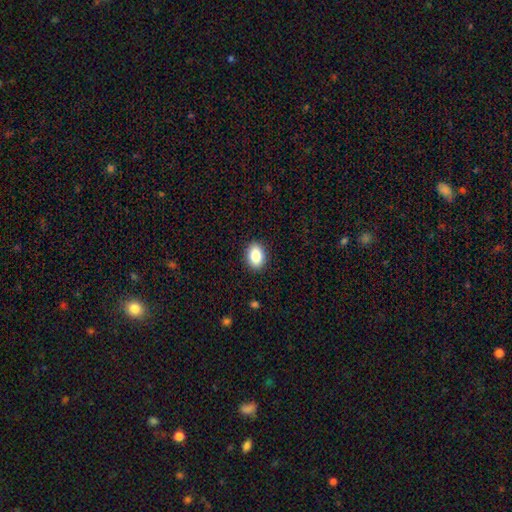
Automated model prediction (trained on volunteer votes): Q: Smooth or featured?
A: smooth (86%); runner-up: star or artifact (8%)
Q: How rounded?
A: in between (76%); runner-up: round (23%)
Q: Merging?
A: none (90%); runner-up: minor disturbance (7%)